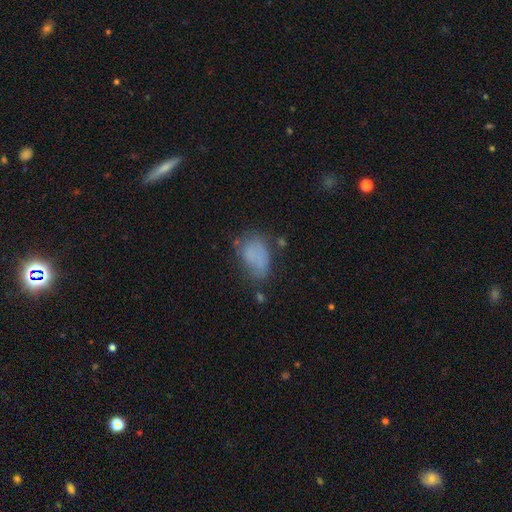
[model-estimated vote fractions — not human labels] smooth_or_featured: smooth (p=0.70) [alt: featured or disk p=0.18]
how_rounded: in between (p=0.85) [alt: round p=0.14]
merging: none (p=0.42) [alt: minor disturbance p=0.32]